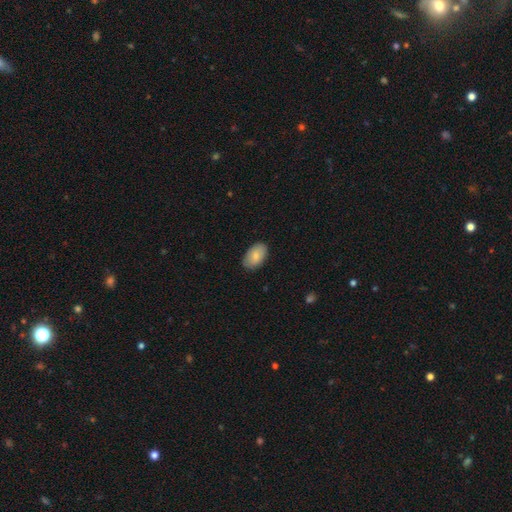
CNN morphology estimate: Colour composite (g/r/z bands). It shows a smooth galaxy with no disk features (82%) that is in between round and cigar-shaped (93%). Merging: none (86%).